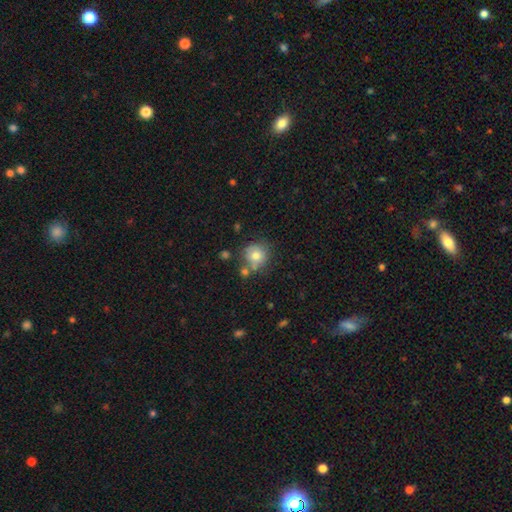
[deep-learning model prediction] smooth 76%, featured or disk 14%, star or artifact 10%. Down the decision tree: how rounded — round (87%); merging — none (60%).